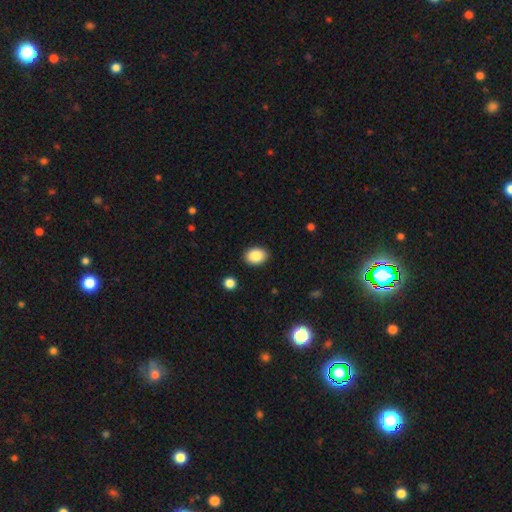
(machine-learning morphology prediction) Smooth or featured? smooth (87%)
How rounded? in between (71%)
Merging? none (88%)